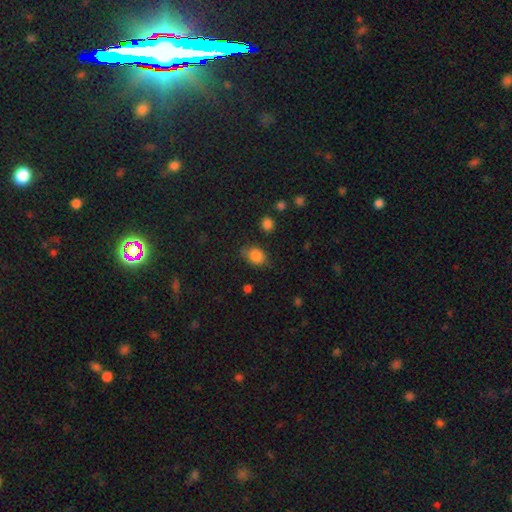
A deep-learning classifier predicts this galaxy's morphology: type=smooth (85%); roundness=in between (55%); merging=none (66%).